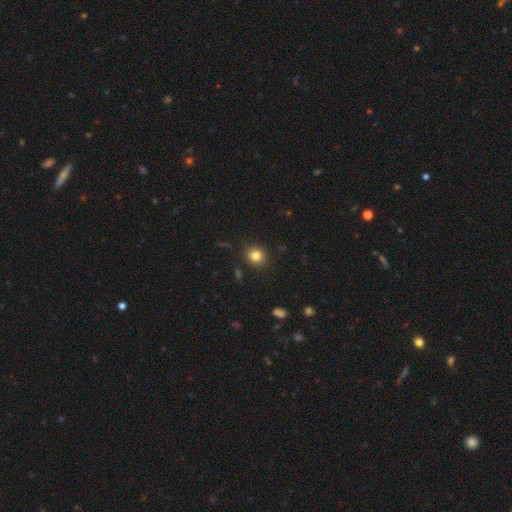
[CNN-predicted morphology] This is clearly a smooth galaxy (82%). How rounded: likely round (73%). Merging: clearly none (88%).